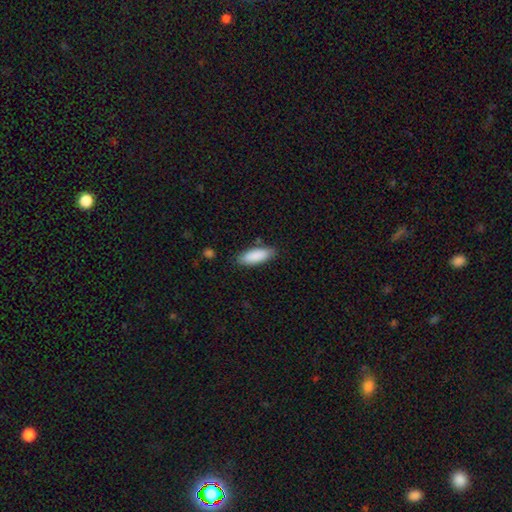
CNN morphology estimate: Smooth or featured: smooth — 89% (star or artifact — 6%)
How rounded: in between — 72% (cigar-shaped — 27%)
Merging: none — 83% (minor disturbance — 13%)